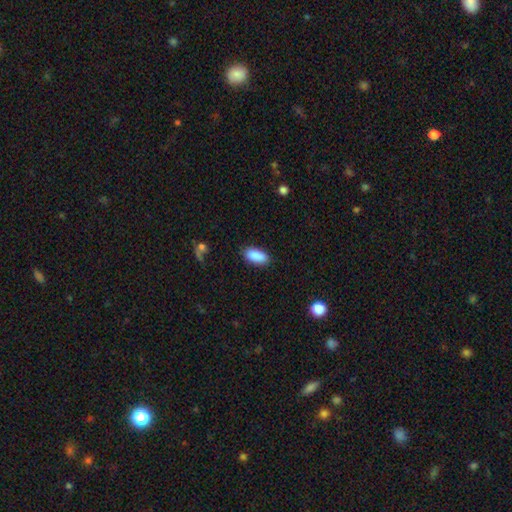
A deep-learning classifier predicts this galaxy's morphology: Smooth or featured? Predicted: smooth (p=0.89). How rounded? Predicted: in between (p=0.89). Merging? Predicted: none (p=0.84).